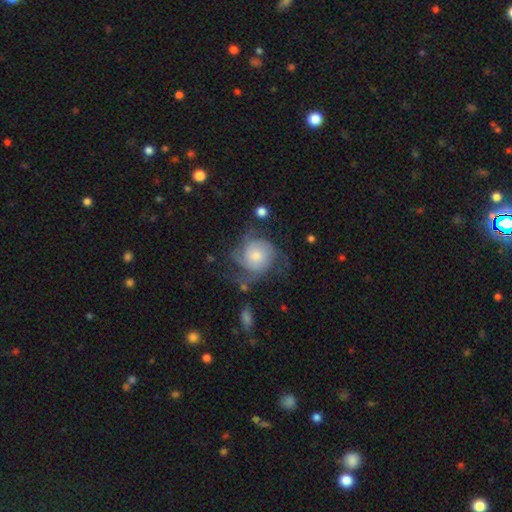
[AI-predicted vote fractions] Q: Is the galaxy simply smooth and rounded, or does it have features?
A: featured or disk — 66%.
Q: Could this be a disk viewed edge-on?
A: no — 98%.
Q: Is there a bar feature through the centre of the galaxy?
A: no — 75%.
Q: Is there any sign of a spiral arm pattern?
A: yes — 88%.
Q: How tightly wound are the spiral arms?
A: tight — 43%.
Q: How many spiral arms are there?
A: can't tell — 31%.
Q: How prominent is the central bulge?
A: small — 48%.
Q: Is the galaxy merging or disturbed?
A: none — 46%.